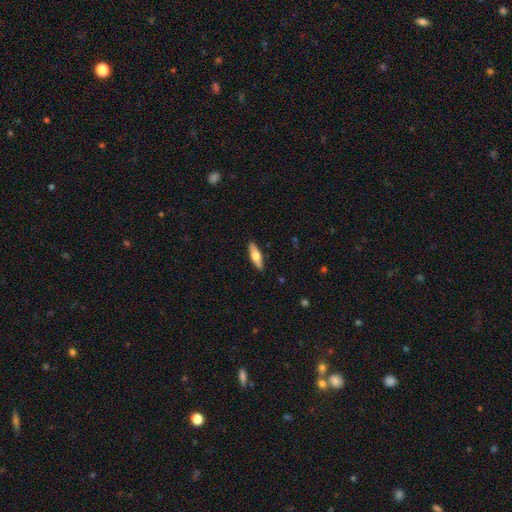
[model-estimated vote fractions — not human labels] This is possibly a smooth galaxy (56%). How rounded: possibly cigar-shaped (55%). Merging: clearly none (90%).